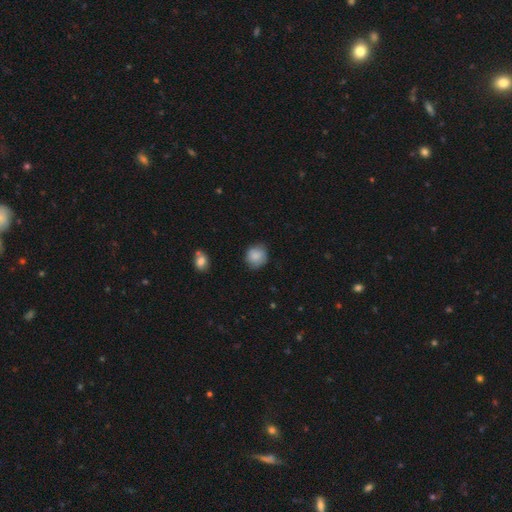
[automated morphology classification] smooth 85%, star or artifact 8%, featured or disk 7%. Down the decision tree: how rounded — round (80%); merging — none (78%).